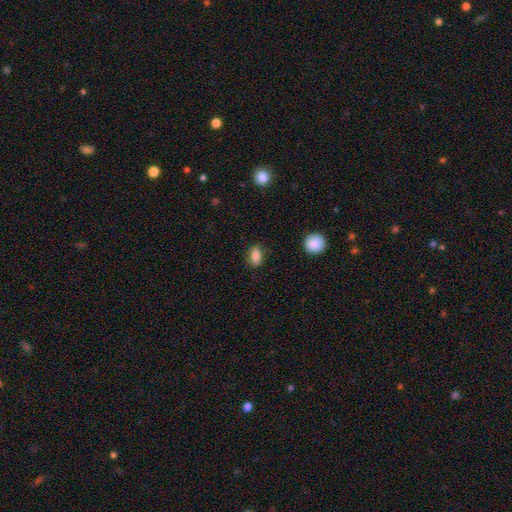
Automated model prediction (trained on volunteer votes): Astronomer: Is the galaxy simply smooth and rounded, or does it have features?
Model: smooth — 85%.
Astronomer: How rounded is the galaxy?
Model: in between — 84%.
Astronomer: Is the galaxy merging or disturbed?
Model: none — 86%.